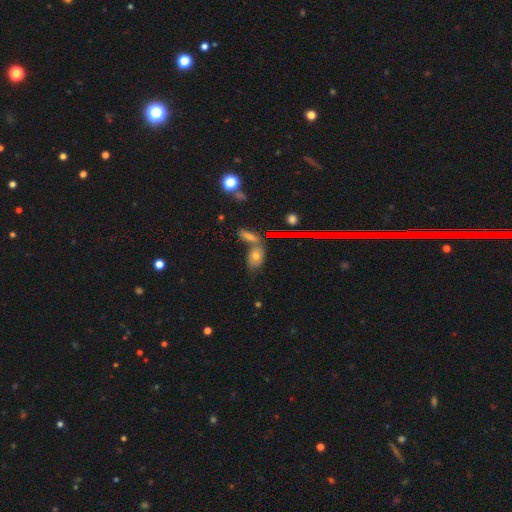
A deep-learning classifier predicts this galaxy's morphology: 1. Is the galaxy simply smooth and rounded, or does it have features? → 56% smooth, 26% featured or disk, 19% star or artifact.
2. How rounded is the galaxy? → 80% in between, 14% round, 6% cigar-shaped.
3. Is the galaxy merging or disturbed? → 51% none, 33% merger, 12% minor disturbance, 5% major disturbance.